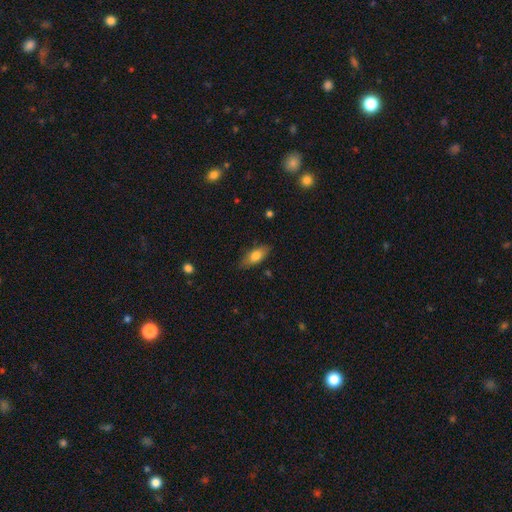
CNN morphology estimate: A smooth galaxy with no disk features (72%) that is in between round and cigar-shaped (77%). Merging: none (81%).